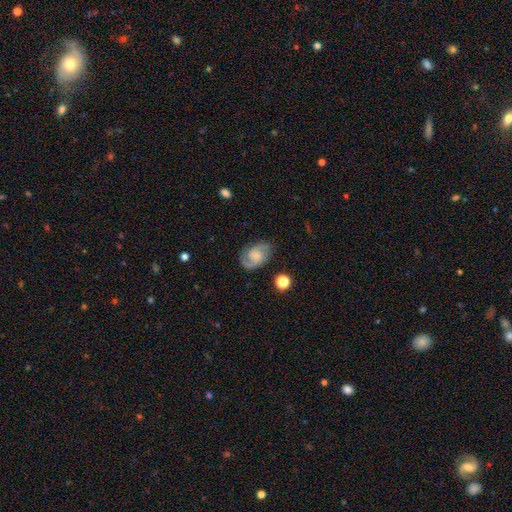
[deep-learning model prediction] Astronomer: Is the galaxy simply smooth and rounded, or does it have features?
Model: featured or disk — 72%.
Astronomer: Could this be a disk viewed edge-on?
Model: no — 97%.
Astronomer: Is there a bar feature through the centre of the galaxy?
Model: no — 59% (runner-up: weak, 36%).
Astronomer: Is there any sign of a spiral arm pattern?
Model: yes — 95%.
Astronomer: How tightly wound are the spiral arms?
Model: medium — 50% (runner-up: tight, 30%).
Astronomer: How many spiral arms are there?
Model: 2 — 85%.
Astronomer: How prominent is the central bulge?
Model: small — 52%.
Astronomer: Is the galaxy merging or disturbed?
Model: none — 77%.